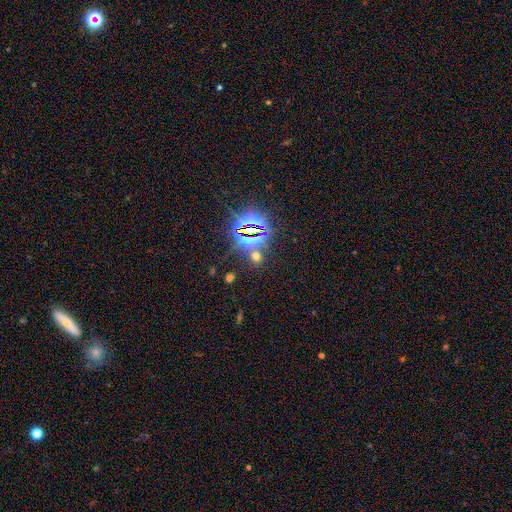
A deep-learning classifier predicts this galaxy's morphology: A star or artifact, not a galaxy (58%).